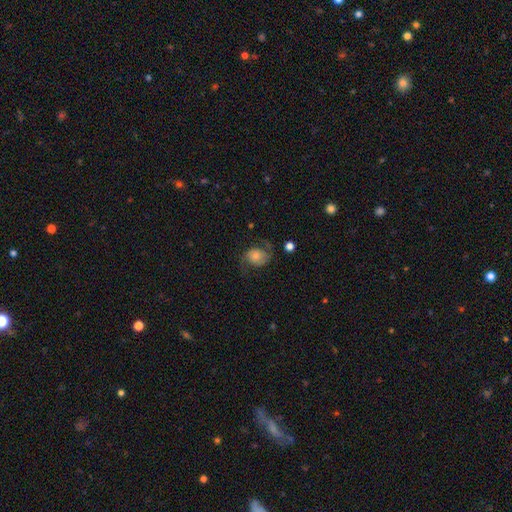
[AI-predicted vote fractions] A featured or disk galaxy (62%) with no bar (72%), 2 (88%) loose (47%) spiral arms (91%) and a small central bulge (43%). Merging: none (65%).